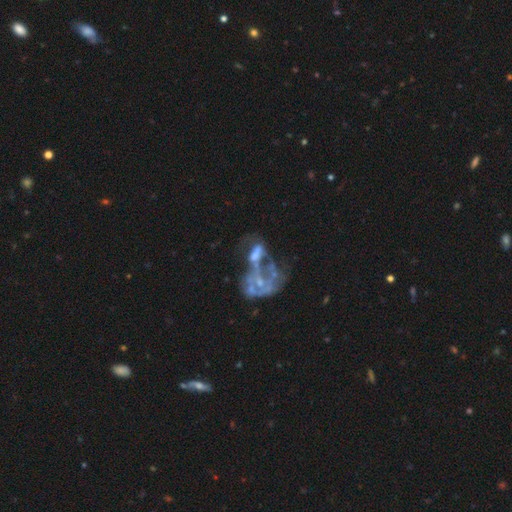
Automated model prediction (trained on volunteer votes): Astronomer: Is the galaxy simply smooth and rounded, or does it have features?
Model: featured or disk — 70%.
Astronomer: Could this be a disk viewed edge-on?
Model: no — 97%.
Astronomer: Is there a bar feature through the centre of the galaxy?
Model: no — 82%.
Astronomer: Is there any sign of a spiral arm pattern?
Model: no — 76%.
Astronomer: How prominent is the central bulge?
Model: none — 53%.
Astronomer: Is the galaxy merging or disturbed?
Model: merger — 47% (runner-up: major disturbance, 31%).